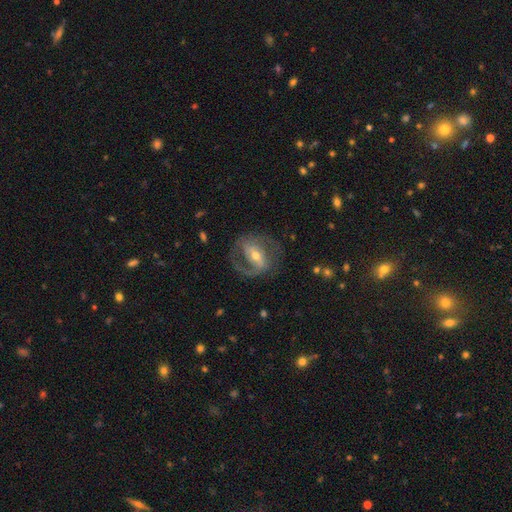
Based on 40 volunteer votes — Volunteers were most divided on "spiral winding": tight: 45%, medium: 30%, loose: 25%. More confident: edge-on disk — no (100%); spiral arm count — 2 (75%); smooth or featured — featured or disk (72%); merging — none (69%); spiral arms — yes (69%); bulge size — moderate (59%); bar — strong (52%).